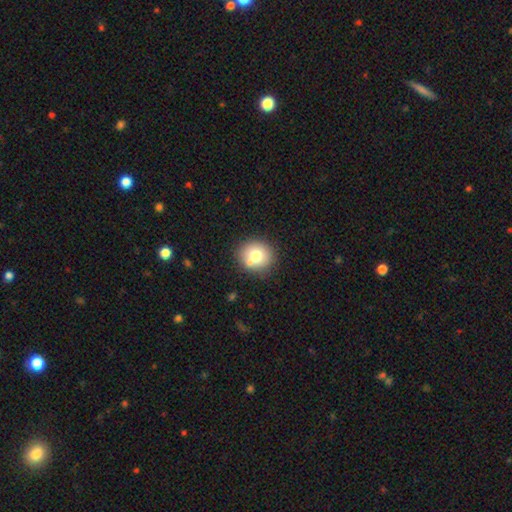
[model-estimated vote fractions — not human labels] Overall: smooth (72%). How rounded: round (85%). Merging: none (74%).